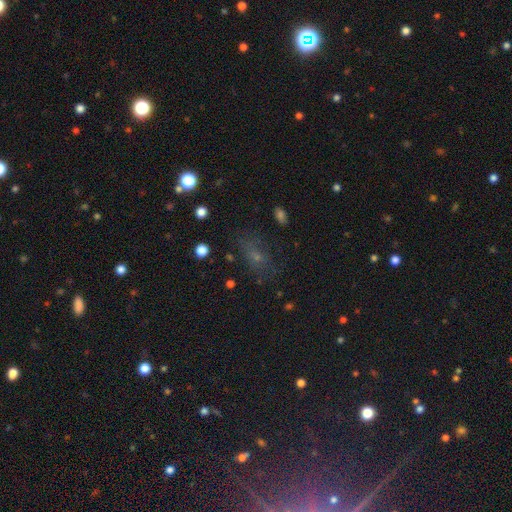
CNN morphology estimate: smooth 48%, star or artifact 29%, featured or disk 22%. Down the decision tree: merging — none (65%).